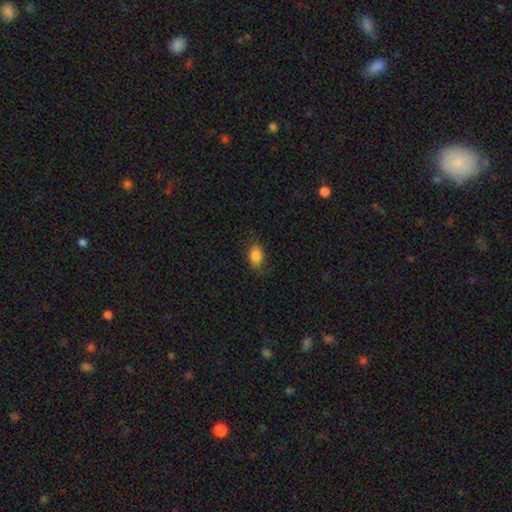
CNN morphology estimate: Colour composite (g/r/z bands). It shows a smooth galaxy with no disk features (86%) that is in between round and cigar-shaped (86%). Merging: none (81%).